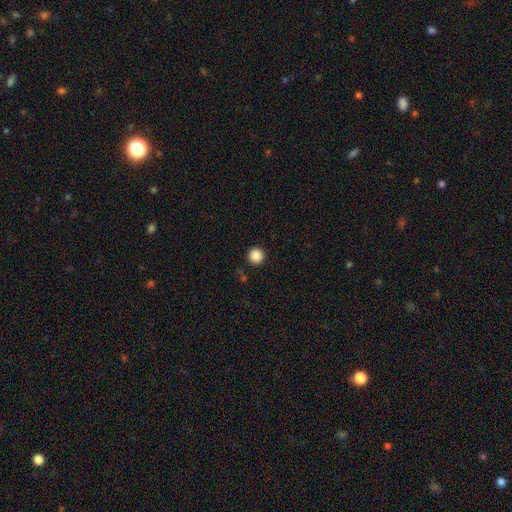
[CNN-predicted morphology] Smooth or featured? smooth (87%)
How rounded? round (96%)
Merging? none (92%)